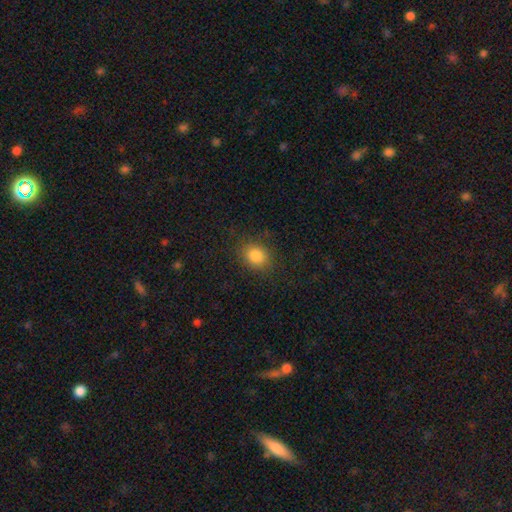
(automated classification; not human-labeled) Smooth or featured?
  - smooth: 84% *
  - star or artifact: 10%
  - featured or disk: 6%
How rounded?
  - round: 58% *
  - in between: 41%
  - cigar-shaped: 1%
Merging?
  - none: 84% *
  - minor disturbance: 11%
  - major disturbance: 4%
  - merger: 1%